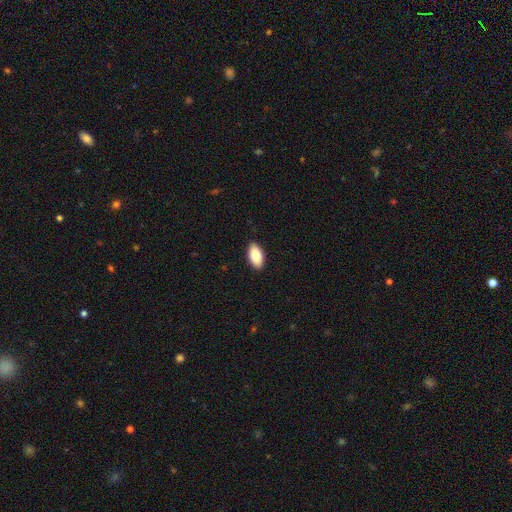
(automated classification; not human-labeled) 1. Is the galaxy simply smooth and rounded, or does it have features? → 81% smooth, 12% featured or disk, 6% star or artifact.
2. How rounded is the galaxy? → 93% in between, 4% cigar-shaped, 3% round.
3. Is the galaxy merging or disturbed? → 90% none, 7% minor disturbance, 2% major disturbance, 1% merger.